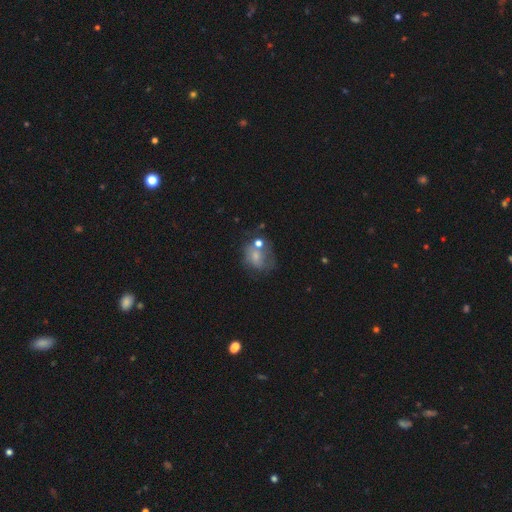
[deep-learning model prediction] smooth_or_featured: smooth (p=0.50) [alt: featured or disk p=0.37]
merging: none (p=0.36) [alt: minor disturbance p=0.23]